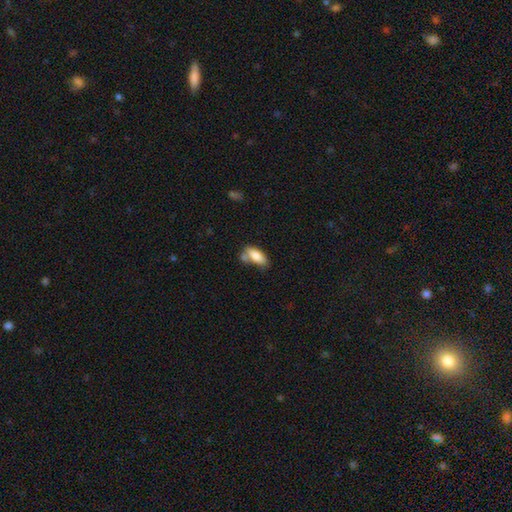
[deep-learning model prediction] smooth 83%, featured or disk 10%, star or artifact 7%. Down the decision tree: how rounded — in between (84%); merging — none (48%).